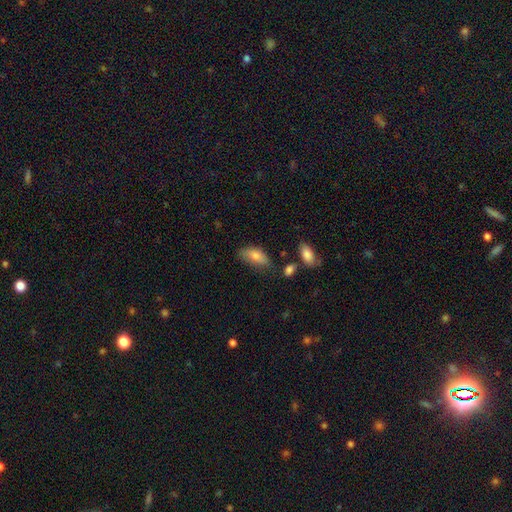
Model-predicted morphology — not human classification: Smooth or featured? smooth (78%)
How rounded? in between (86%)
Merging? none (64%)